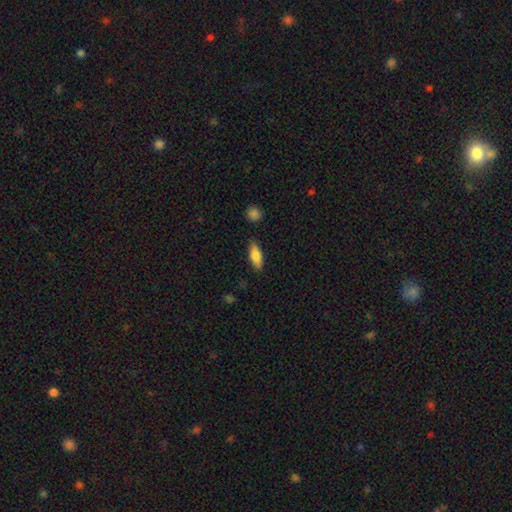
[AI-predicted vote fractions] Smooth or featured? Predicted: smooth (p=0.79). How rounded? Predicted: in between (p=0.72). Merging? Predicted: none (p=0.84).